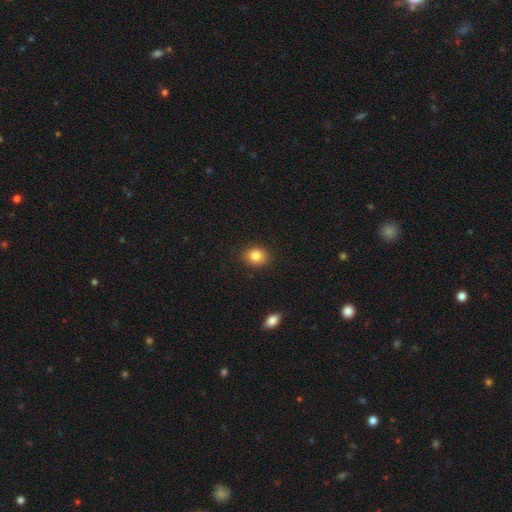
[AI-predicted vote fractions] This appears to be a smooth galaxy with no disk features (85%) that is round (68%). Merging: none (86%).